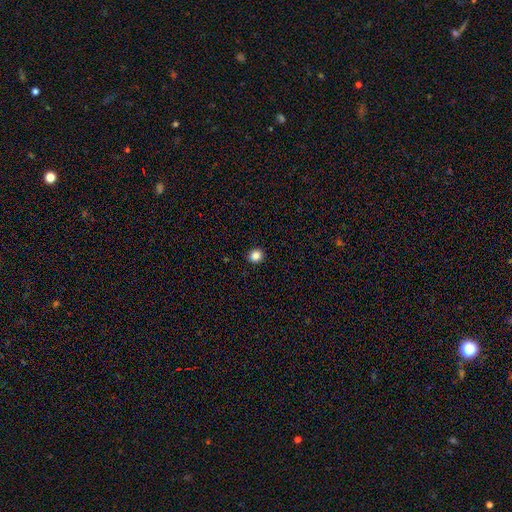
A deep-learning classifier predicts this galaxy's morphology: The model was most divided on "smooth or featured": smooth: 85%, star or artifact: 11%, featured or disk: 4%. More confident: merging — none (93%); how rounded — round (87%).